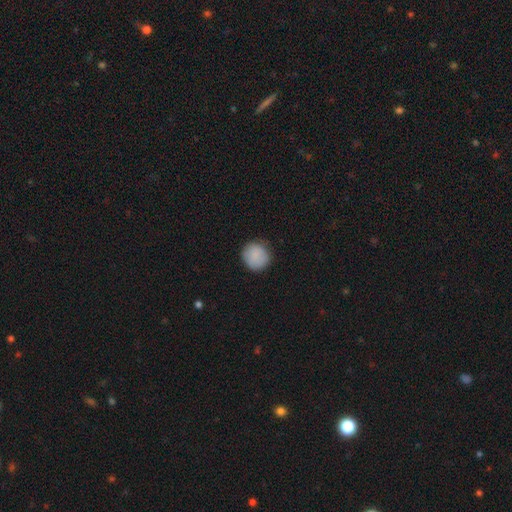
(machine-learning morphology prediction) Smooth or featured?
  - smooth: 88% *
  - star or artifact: 7%
  - featured or disk: 5%
How rounded?
  - round: 92% *
  - in between: 7%
  - cigar-shaped: 1%
Merging?
  - none: 86% *
  - minor disturbance: 11%
  - major disturbance: 2%
  - merger: 1%